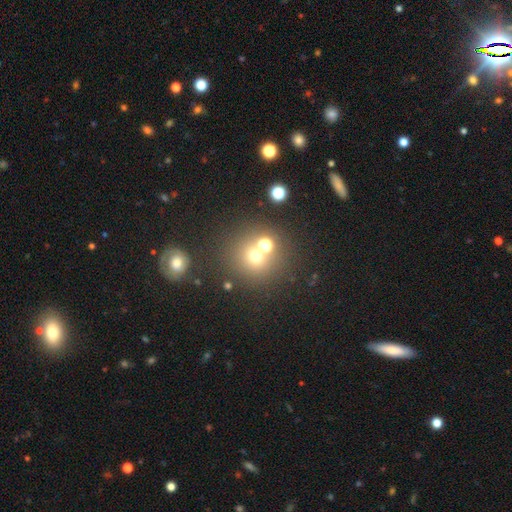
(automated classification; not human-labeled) smooth_or_featured: smooth (p=0.63) [alt: star or artifact p=0.26]
how_rounded: round (p=0.90) [alt: in between p=0.09]
merging: none (p=0.64) [alt: merger p=0.24]